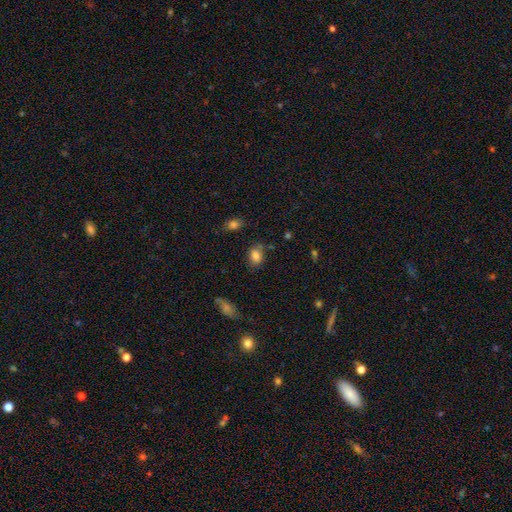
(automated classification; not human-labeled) smooth 81%, star or artifact 10%, featured or disk 8%. Down the decision tree: how rounded — in between (72%); merging — none (72%).